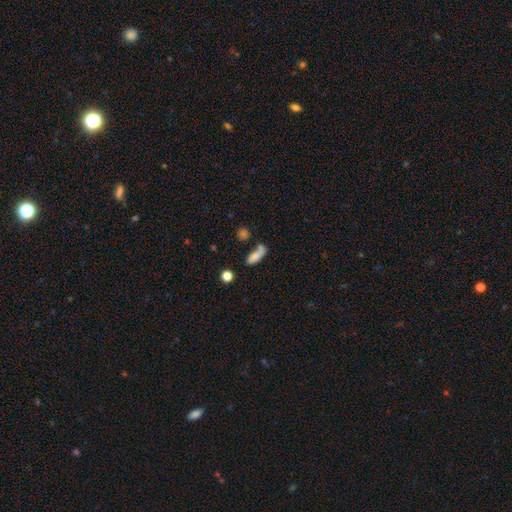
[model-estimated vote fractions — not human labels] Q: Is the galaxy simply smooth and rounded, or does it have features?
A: smooth — 77%.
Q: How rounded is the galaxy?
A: in between — 59%.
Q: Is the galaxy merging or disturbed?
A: none — 42%.